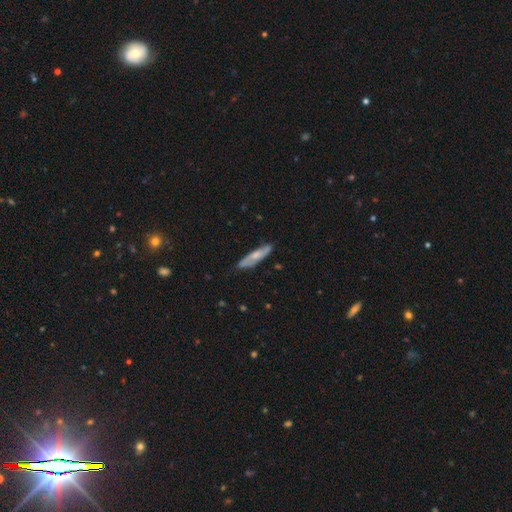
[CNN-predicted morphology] A smooth galaxy with no disk features (48%).

Vote fractions:
- Smooth or featured? smooth: 48% / featured or disk: 46% / star or artifact: 6%
- Merging? none: 78% / minor disturbance: 17% / major disturbance: 3% / merger: 2%